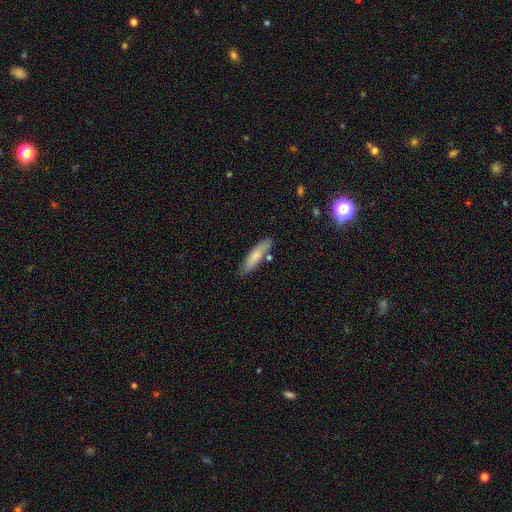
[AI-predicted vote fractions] The model was most divided on "how rounded": cigar-shaped: 75%, in between: 23%, round: 2%. More confident: merging — none (78%); smooth or featured — smooth (75%).